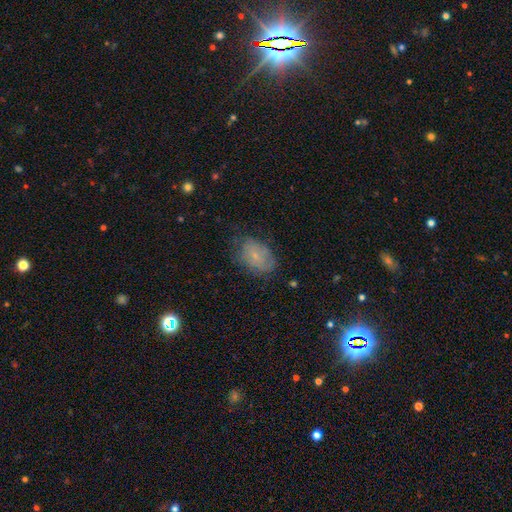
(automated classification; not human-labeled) Q: Smooth or featured?
A: smooth (66%); runner-up: featured or disk (24%)
Q: How rounded?
A: in between (83%); runner-up: round (16%)
Q: Merging?
A: none (61%); runner-up: minor disturbance (27%)